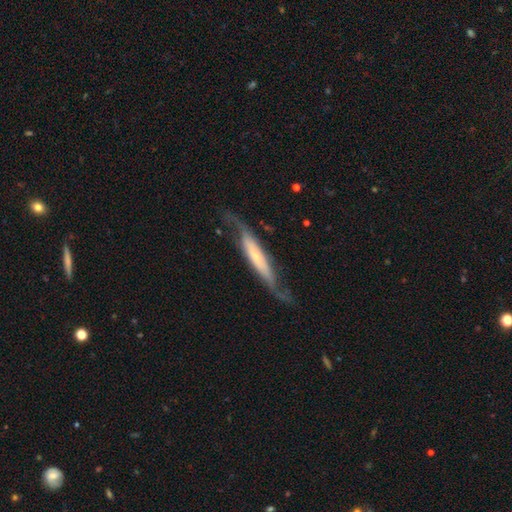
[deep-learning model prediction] Overall: featured or disk (74%). Edge-on disk: no (50%, tied with yes). Merging: none (65%).